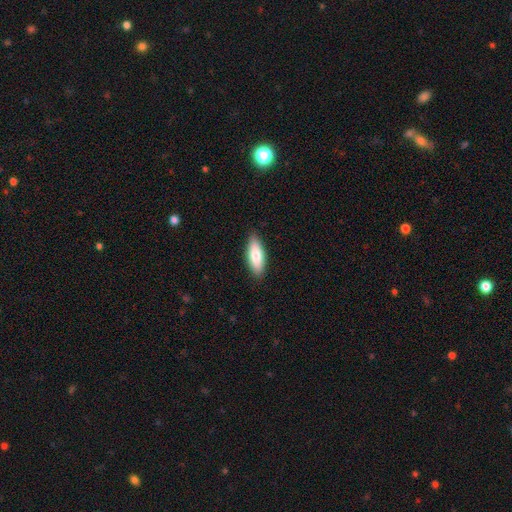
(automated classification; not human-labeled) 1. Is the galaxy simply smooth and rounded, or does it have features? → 77% smooth, 17% featured or disk, 6% star or artifact.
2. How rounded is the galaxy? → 70% in between, 28% cigar-shaped, 2% round.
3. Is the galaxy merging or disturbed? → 88% none, 9% minor disturbance, 2% major disturbance, 1% merger.